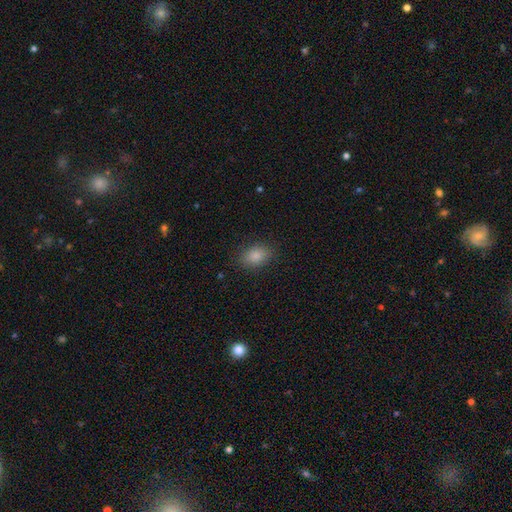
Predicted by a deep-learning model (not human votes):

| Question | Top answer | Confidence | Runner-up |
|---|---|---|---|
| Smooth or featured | smooth | 87% | star or artifact (9%) |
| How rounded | in between | 80% | round (19%) |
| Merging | none | 86% | minor disturbance (10%) |